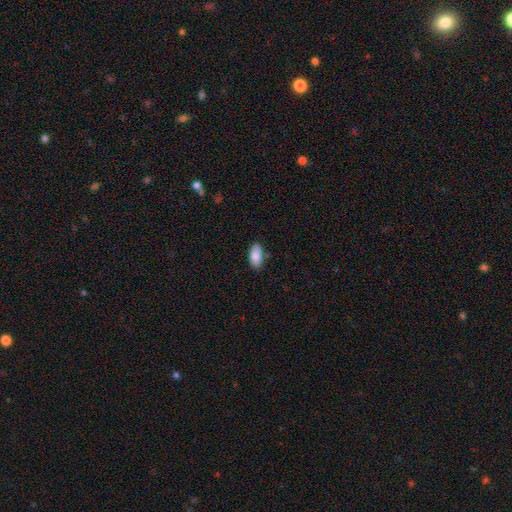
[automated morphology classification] This appears to be a smooth galaxy with no disk features (87%) that is in between round and cigar-shaped (93%). Merging: none (78%).